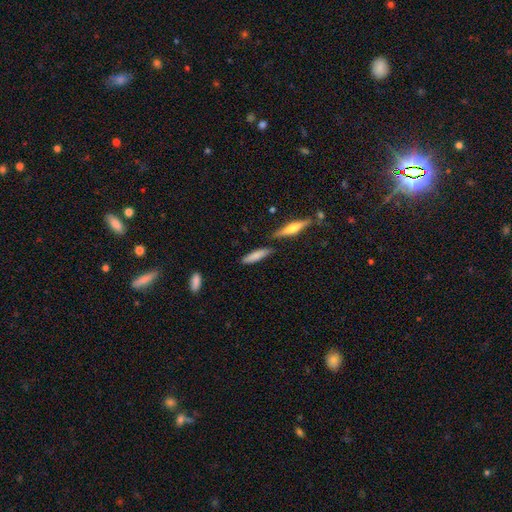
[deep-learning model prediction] Smooth or featured: smooth — 76% (featured or disk — 17%)
How rounded: cigar-shaped — 67% (in between — 31%)
Merging: none — 70% (minor disturbance — 16%)